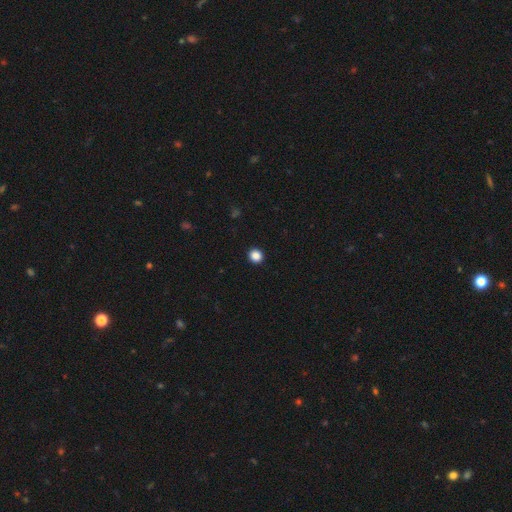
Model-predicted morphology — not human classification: type=smooth (87%); roundness=round (90%); merging=none (94%).